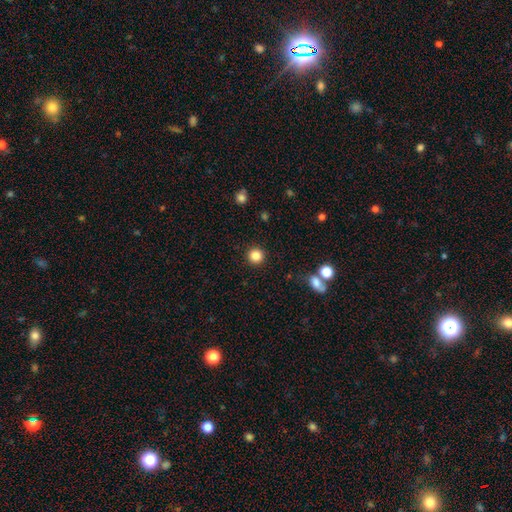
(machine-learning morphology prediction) Smooth or featured? Predicted: smooth (p=0.85). How rounded? Predicted: round (p=0.95). Merging? Predicted: none (p=0.92).